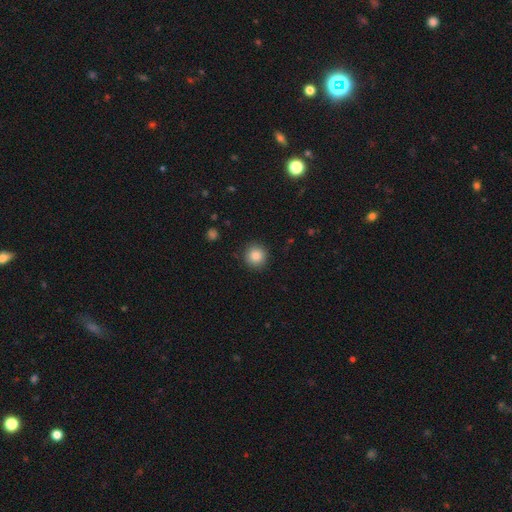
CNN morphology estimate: type=smooth (86%); roundness=round (93%); merging=none (89%).